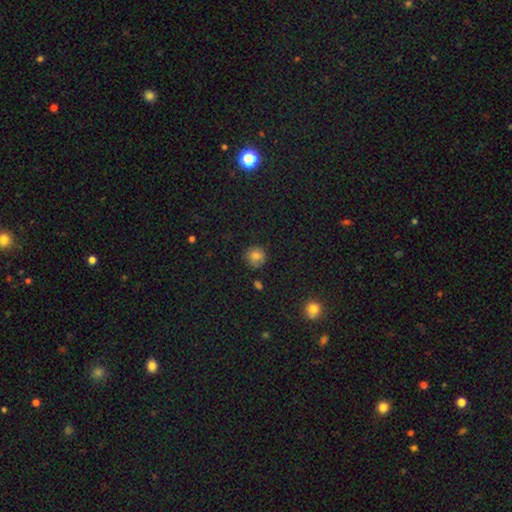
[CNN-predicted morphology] Smooth or featured? smooth (79%)
How rounded? round (87%)
Merging? none (74%)